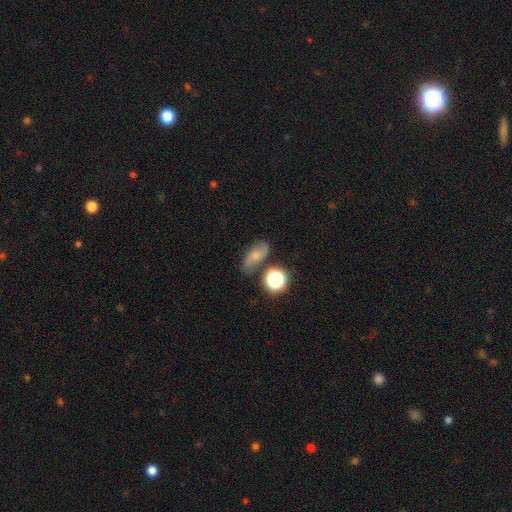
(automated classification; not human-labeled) smooth_or_featured: smooth (p=0.49) [alt: featured or disk p=0.36]
merging: none (p=0.67) [alt: minor disturbance p=0.18]